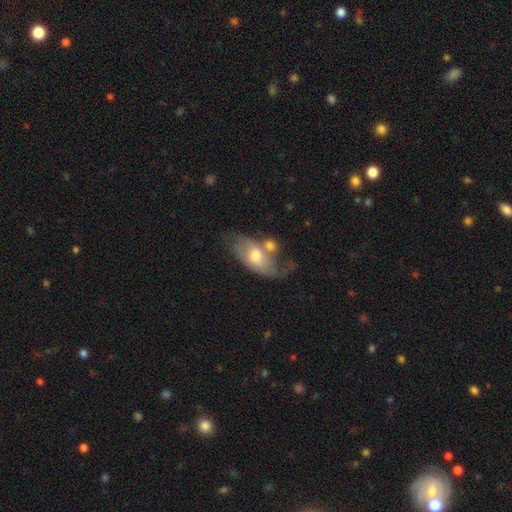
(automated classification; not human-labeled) featured or disk 50%, smooth 43%, star or artifact 6%. Down the decision tree: edge-on disk — no (89%); merging — none (33%).